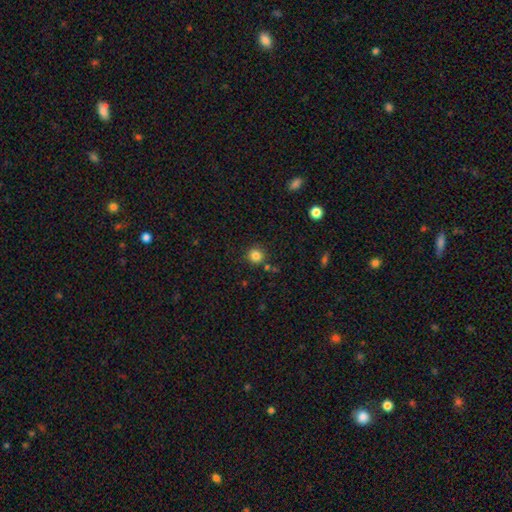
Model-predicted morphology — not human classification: This appears to be a smooth galaxy with no disk features (83%) that is round (92%). Merging: none (84%).